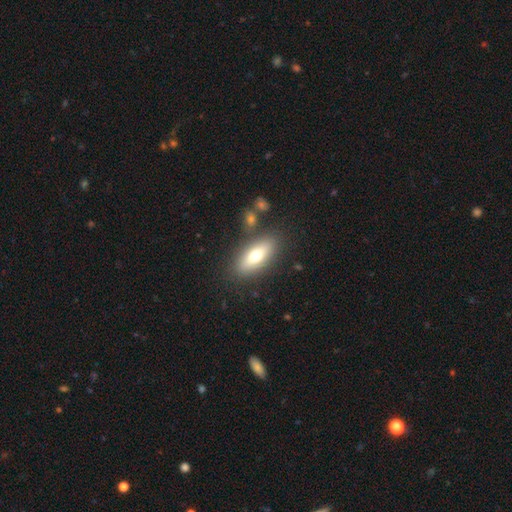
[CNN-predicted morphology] A smooth galaxy with no disk features (66%) that is in between round and cigar-shaped (75%).

Vote fractions:
- Smooth or featured? smooth: 66% / featured or disk: 27% / star or artifact: 7%
- How rounded? in between: 75% / cigar-shaped: 22% / round: 4%
- Merging? none: 82% / minor disturbance: 10% / merger: 5% / major disturbance: 3%